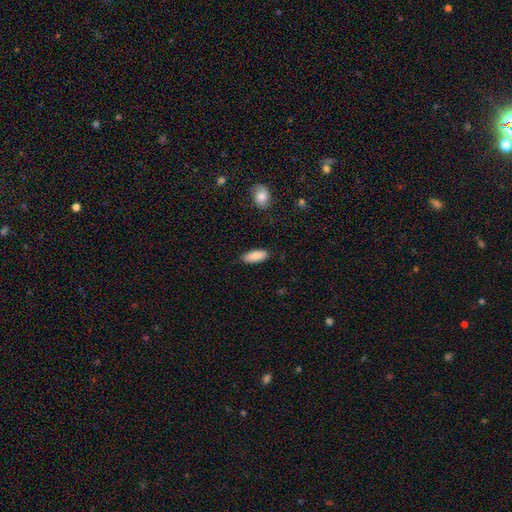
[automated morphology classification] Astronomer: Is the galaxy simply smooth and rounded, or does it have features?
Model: smooth — 89%.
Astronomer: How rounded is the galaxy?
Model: in between — 81%.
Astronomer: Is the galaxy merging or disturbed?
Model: none — 86%.